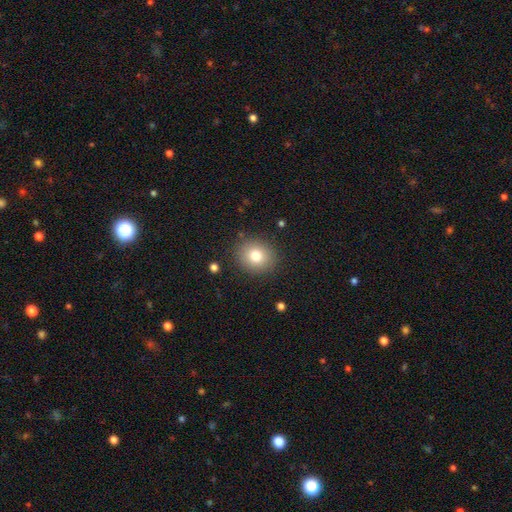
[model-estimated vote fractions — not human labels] Overall: smooth (78%). How rounded: round (76%). Merging: none (88%).